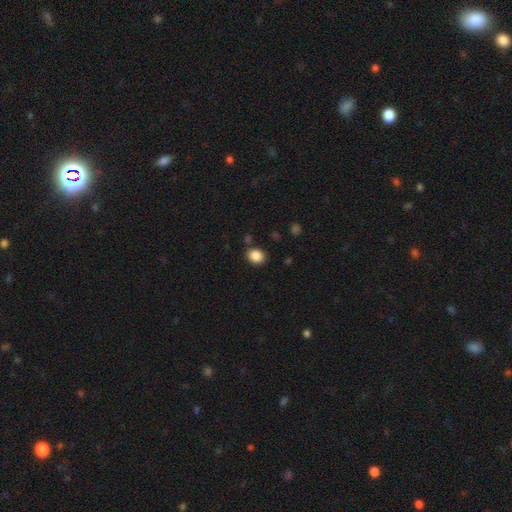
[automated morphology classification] Overall: smooth (87%). How rounded: round (61%; in between 38%). Merging: none (82%).